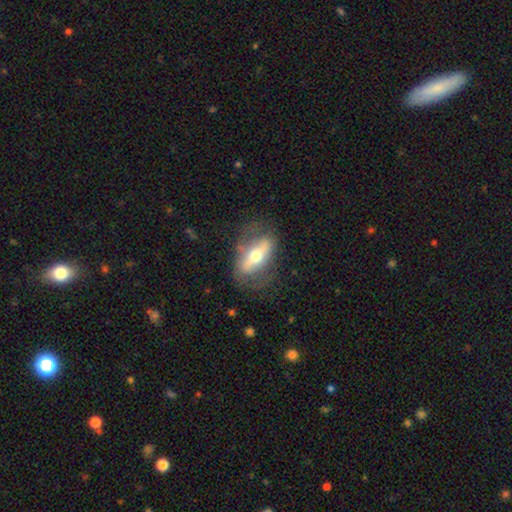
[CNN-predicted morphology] Smooth or featured?
  - featured or disk: 58% *
  - smooth: 35%
  - star or artifact: 7%
Edge-on disk?
  - no: 66% *
  - yes: 34%
Merging?
  - none: 68% *
  - minor disturbance: 19%
  - major disturbance: 11%
  - merger: 2%